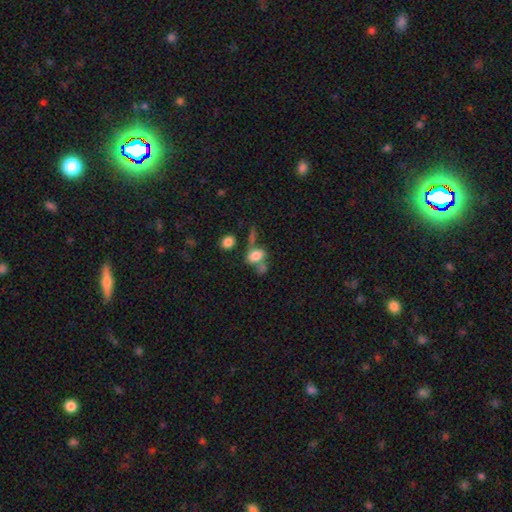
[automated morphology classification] Smooth or featured: smooth — 72% (featured or disk — 16%)
How rounded: in between — 79% (round — 17%)
Merging: none — 40% (merger — 31%)